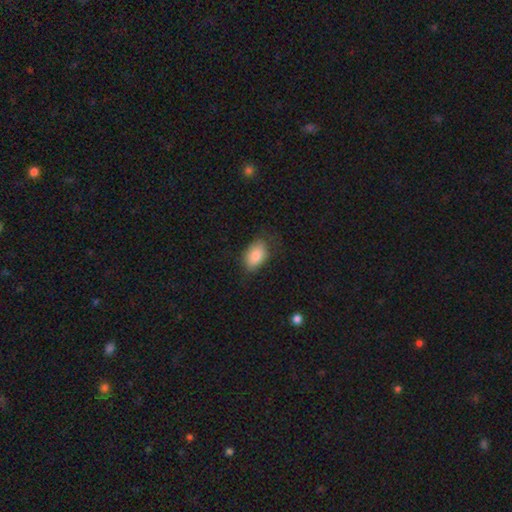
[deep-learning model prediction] Smooth or featured?
  - smooth: 85% *
  - featured or disk: 8%
  - star or artifact: 7%
How rounded?
  - in between: 90% *
  - round: 9%
  - cigar-shaped: 2%
Merging?
  - none: 71% *
  - minor disturbance: 21%
  - major disturbance: 6%
  - merger: 1%